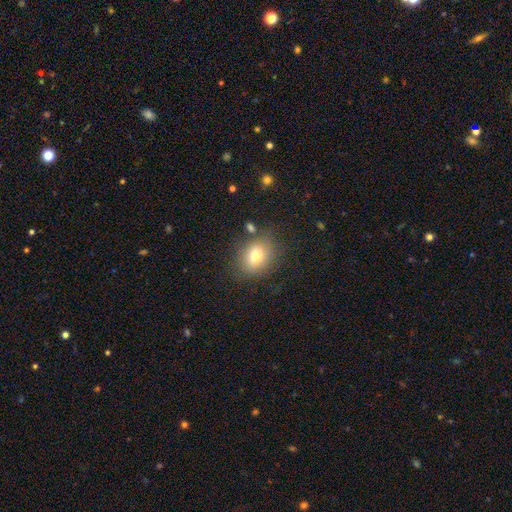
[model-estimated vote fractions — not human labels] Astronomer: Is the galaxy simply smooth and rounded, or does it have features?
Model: smooth — 73%.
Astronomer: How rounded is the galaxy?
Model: in between — 51% (runner-up: round, 48%).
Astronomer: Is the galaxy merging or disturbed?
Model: none — 75%.